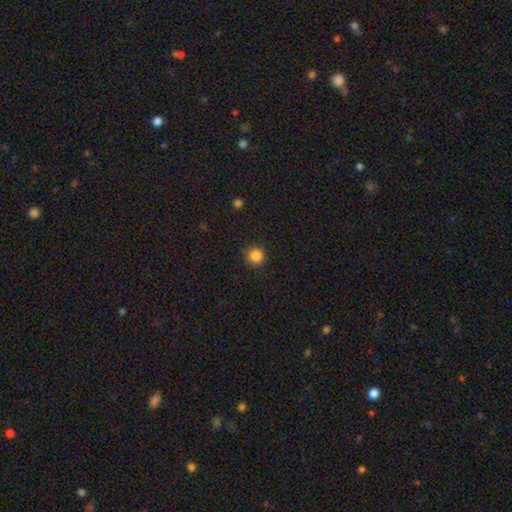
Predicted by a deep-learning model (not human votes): smooth-or-featured: smooth: 85% | star or artifact: 11% | featured or disk: 3%
  how-rounded: round: 95% | in between: 4% | cigar-shaped: 1%
  merging: none: 88% | minor disturbance: 8% | major disturbance: 2% | merger: 1%